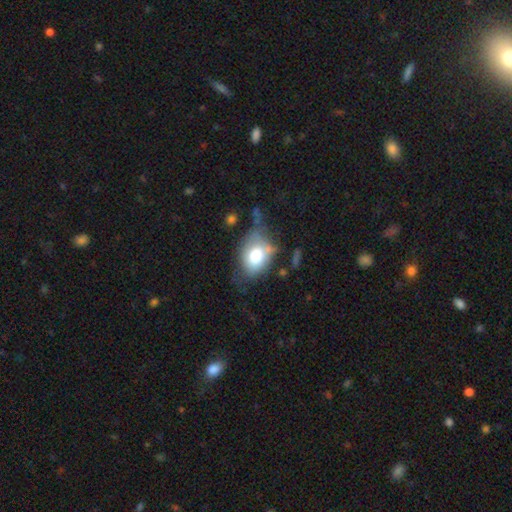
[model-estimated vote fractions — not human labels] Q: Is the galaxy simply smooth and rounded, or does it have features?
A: smooth — 73%.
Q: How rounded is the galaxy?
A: in between — 76%.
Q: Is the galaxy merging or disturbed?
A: none — 37%.